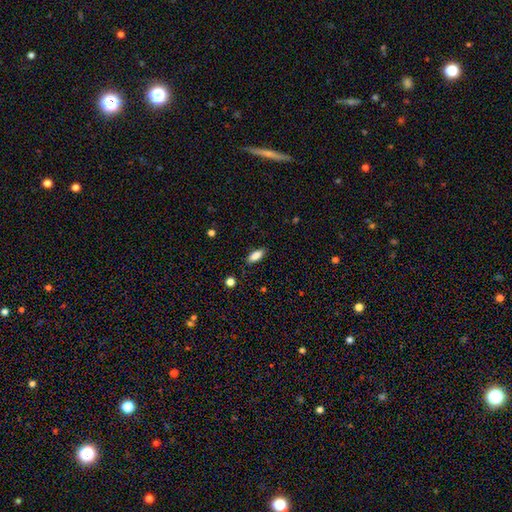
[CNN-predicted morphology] Overall: smooth (85%). How rounded: in between (78%). Merging: none (86%).